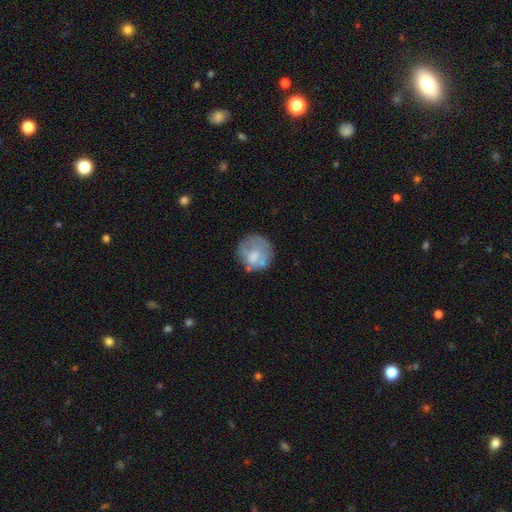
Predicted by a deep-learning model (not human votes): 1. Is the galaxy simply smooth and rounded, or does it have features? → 59% smooth, 33% featured or disk, 8% star or artifact.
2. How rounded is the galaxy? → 84% round, 15% in between, 1% cigar-shaped.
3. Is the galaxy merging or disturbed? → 56% none, 23% minor disturbance, 15% major disturbance, 6% merger.